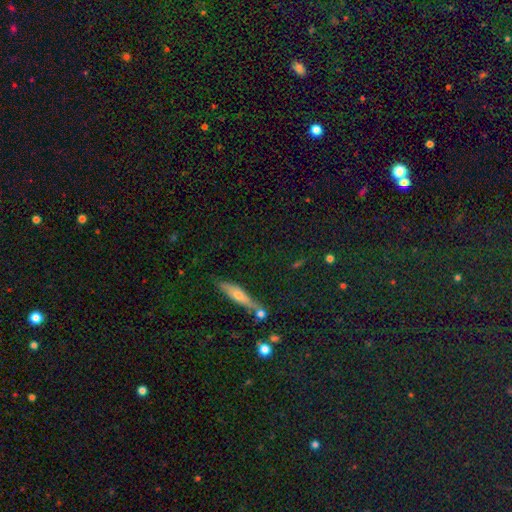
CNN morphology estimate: smooth-or-featured: featured or disk: 36% | smooth: 35% | star or artifact: 29%
  merging: none: 75% | minor disturbance: 13% | merger: 6% | major disturbance: 6%